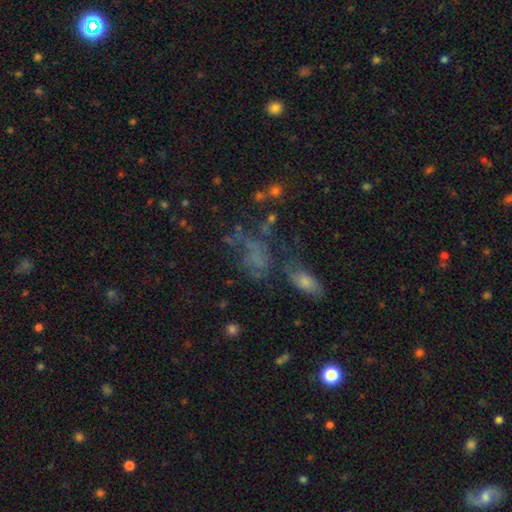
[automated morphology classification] smooth_or_featured: smooth (p=0.40) [alt: featured or disk p=0.31]
merging: none (p=0.37) [alt: major disturbance p=0.29]